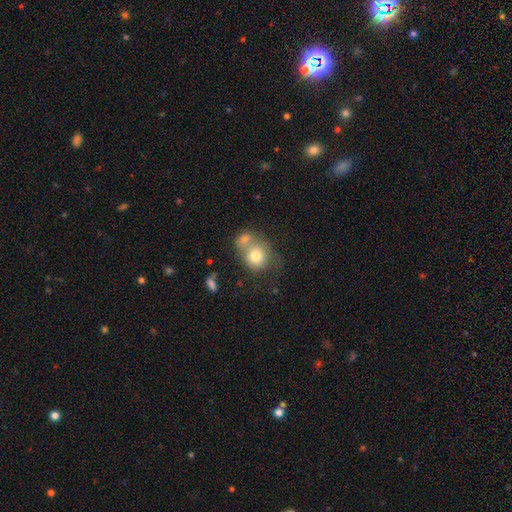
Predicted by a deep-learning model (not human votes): Q: Smooth or featured?
A: smooth (75%); runner-up: featured or disk (15%)
Q: How rounded?
A: round (73%); runner-up: in between (26%)
Q: Merging?
A: merger (49%); runner-up: none (33%)